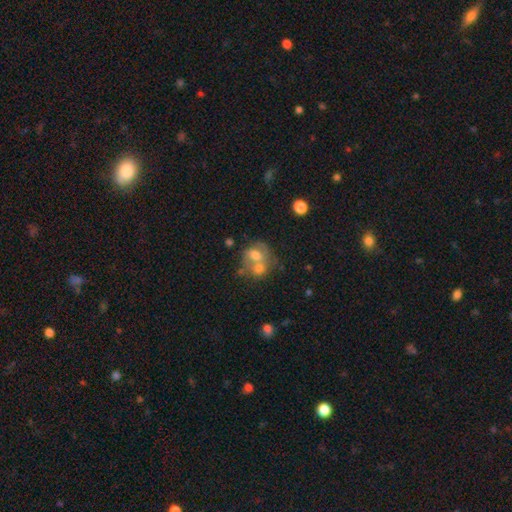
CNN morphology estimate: This is possibly a smooth galaxy (50%). How rounded: possibly round (56%). Merging: possibly merger (58%).